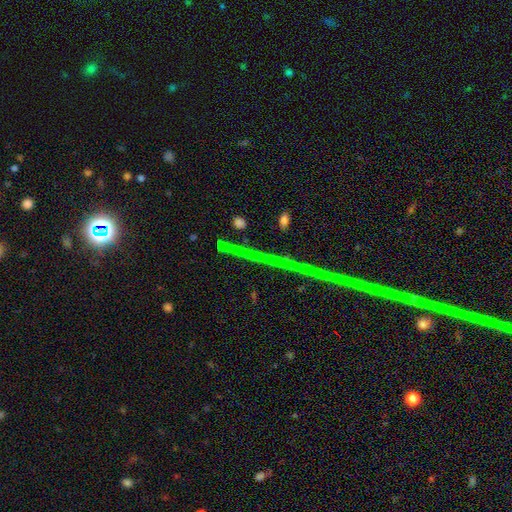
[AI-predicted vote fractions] Smooth or featured? star or artifact (69%)